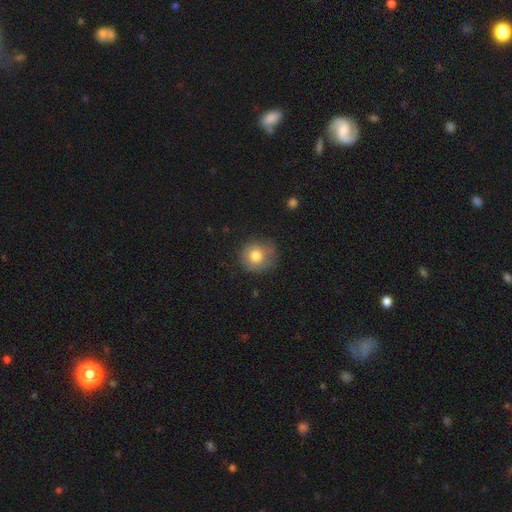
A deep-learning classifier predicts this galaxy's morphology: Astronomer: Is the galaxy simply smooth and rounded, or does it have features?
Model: smooth — 75%.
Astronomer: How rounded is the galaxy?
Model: round — 87%.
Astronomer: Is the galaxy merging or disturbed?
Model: none — 67%.